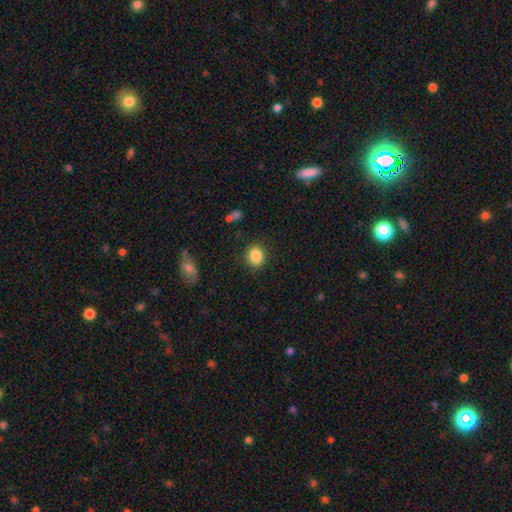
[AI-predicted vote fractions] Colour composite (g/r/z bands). It shows a smooth galaxy with no disk features (86%) that is round (54%). Merging: none (86%).